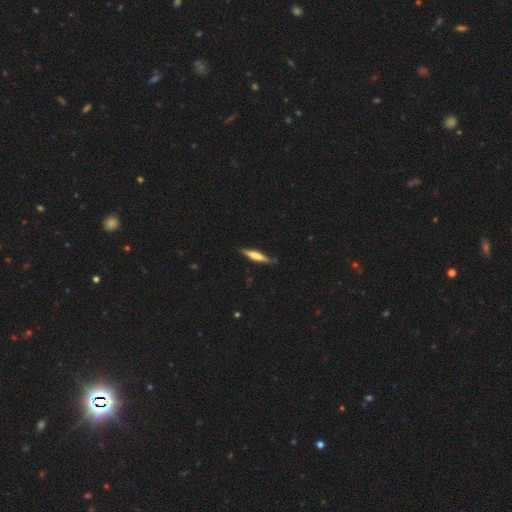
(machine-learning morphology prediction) Q: Smooth or featured?
A: smooth (56%); runner-up: featured or disk (38%)
Q: How rounded?
A: cigar-shaped (86%); runner-up: in between (13%)
Q: Merging?
A: none (73%); runner-up: minor disturbance (21%)